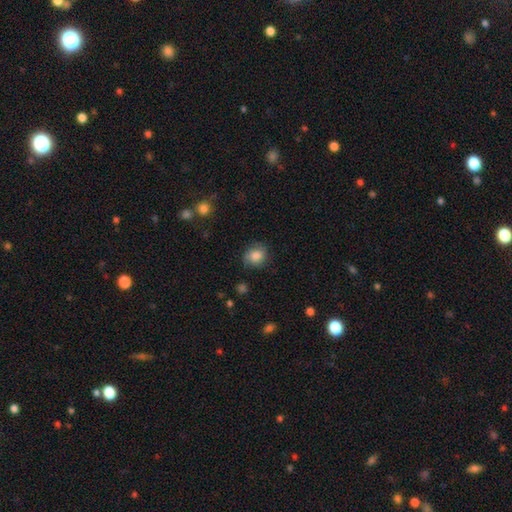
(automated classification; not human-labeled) A smooth galaxy with no disk features (80%) that is round (76%). Merging: none (72%).